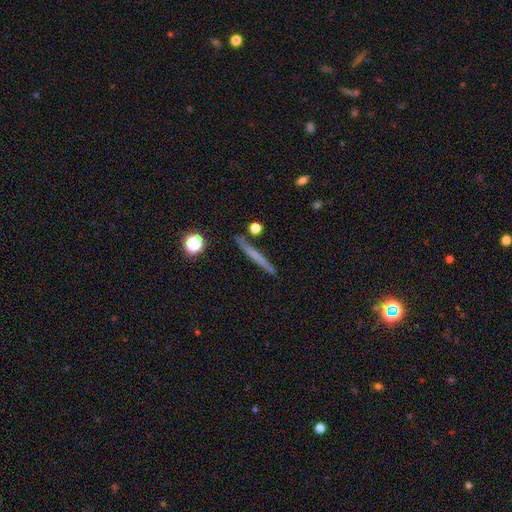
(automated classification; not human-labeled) Smooth or featured: smooth — 48% (featured or disk — 43%)
Merging: none — 86% (minor disturbance — 9%)